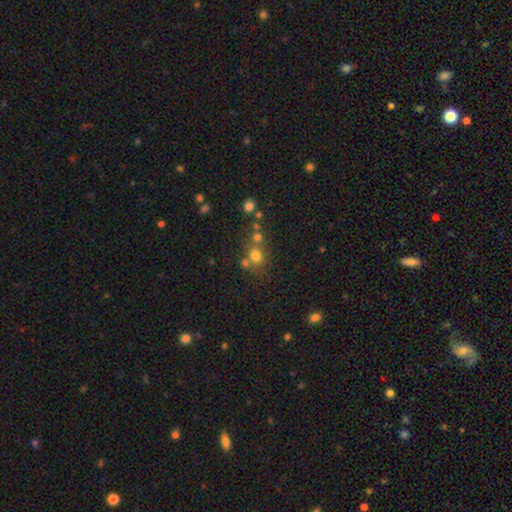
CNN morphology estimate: The model was most divided on "merging": none: 56%, merger: 28%, minor disturbance: 11%, major disturbance: 5%. More confident: how rounded — round (71%); smooth or featured — smooth (70%).